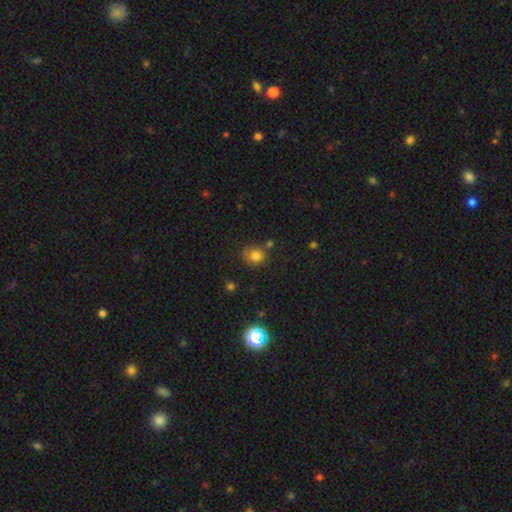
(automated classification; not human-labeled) The model was most divided on "merging": none: 72%, minor disturbance: 16%, merger: 8%, major disturbance: 4%. More confident: how rounded — round (80%); smooth or featured — smooth (79%).